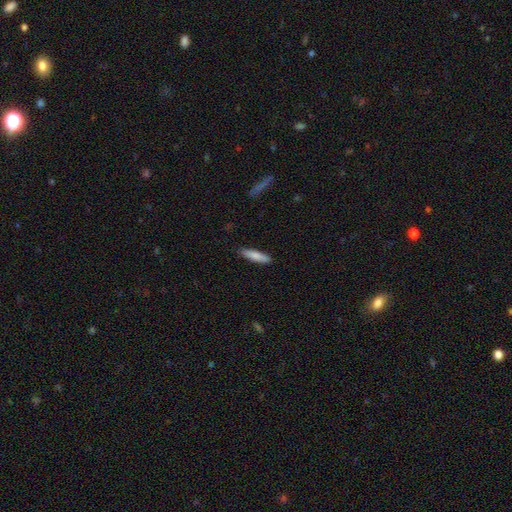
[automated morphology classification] Smooth or featured? Predicted: smooth (p=0.82). How rounded? Predicted: cigar-shaped (p=0.76). Merging? Predicted: none (p=0.89).